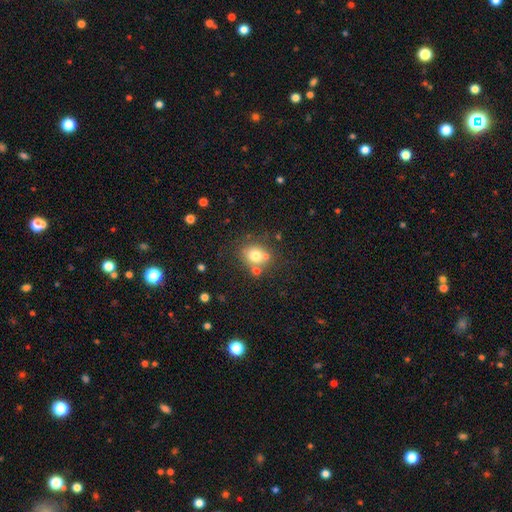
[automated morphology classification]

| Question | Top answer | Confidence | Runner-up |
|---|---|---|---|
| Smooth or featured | smooth | 72% | featured or disk (15%) |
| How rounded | round | 72% | in between (27%) |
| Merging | none | 61% | merger (20%) |